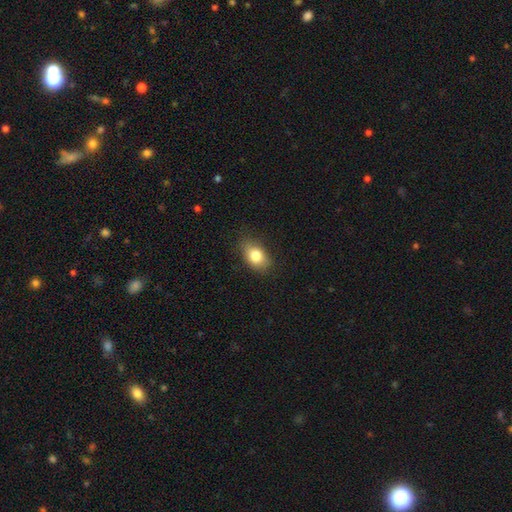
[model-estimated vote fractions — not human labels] smooth 80%, featured or disk 11%, star or artifact 9%. Down the decision tree: how rounded — in between (82%); merging — none (77%).